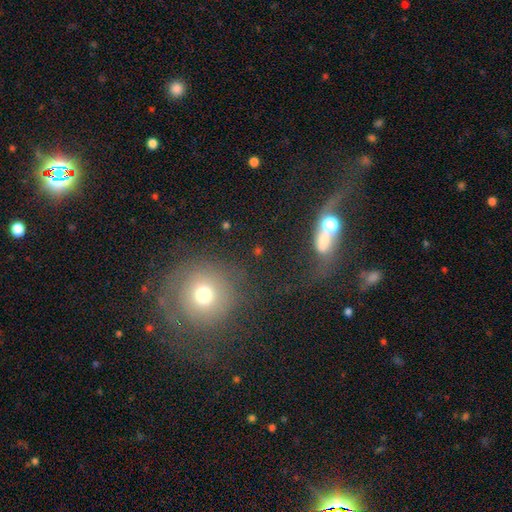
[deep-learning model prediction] Overall: smooth (40%; featured or disk 37%). Merging: none (58%).